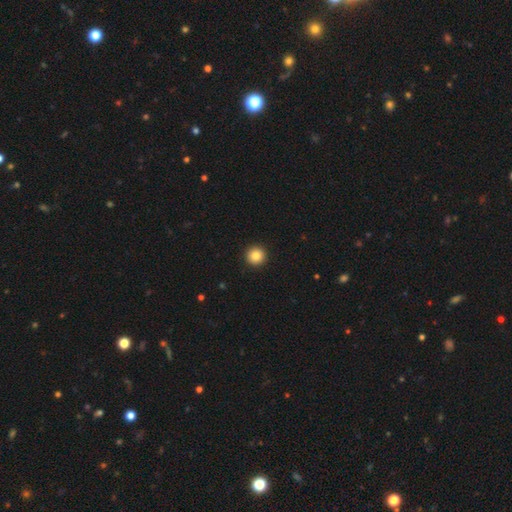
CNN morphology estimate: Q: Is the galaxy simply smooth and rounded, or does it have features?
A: smooth — 85%.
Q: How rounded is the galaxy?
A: round — 96%.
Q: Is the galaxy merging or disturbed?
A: none — 94%.